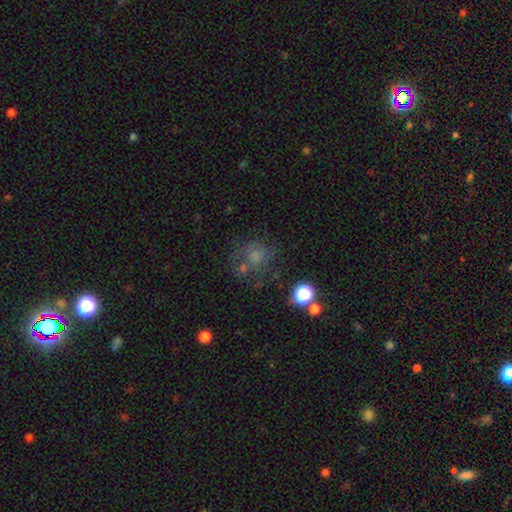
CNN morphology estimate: smooth 58%, featured or disk 25%, star or artifact 16%. Down the decision tree: how rounded — round (79%); merging — none (49%).